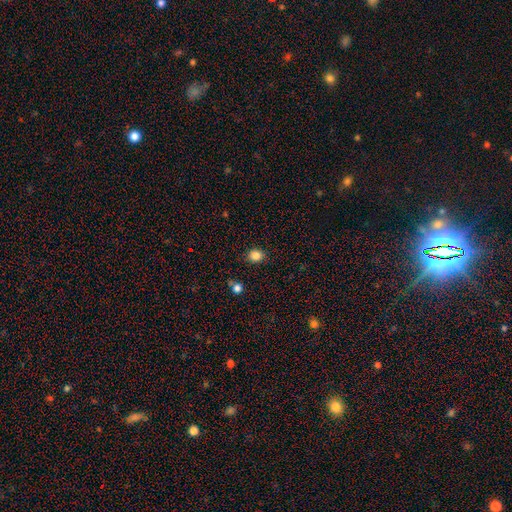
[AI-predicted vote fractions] Smooth or featured? smooth (84%)
How rounded? round (58%)
Merging? none (88%)